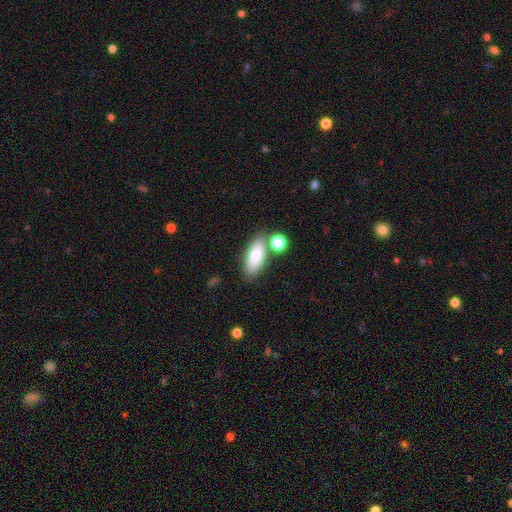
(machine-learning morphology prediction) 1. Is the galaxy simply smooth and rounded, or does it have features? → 78% smooth, 14% featured or disk, 8% star or artifact.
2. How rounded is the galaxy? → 77% in between, 19% cigar-shaped, 4% round.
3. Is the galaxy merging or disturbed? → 67% none, 16% merger, 13% minor disturbance, 4% major disturbance.